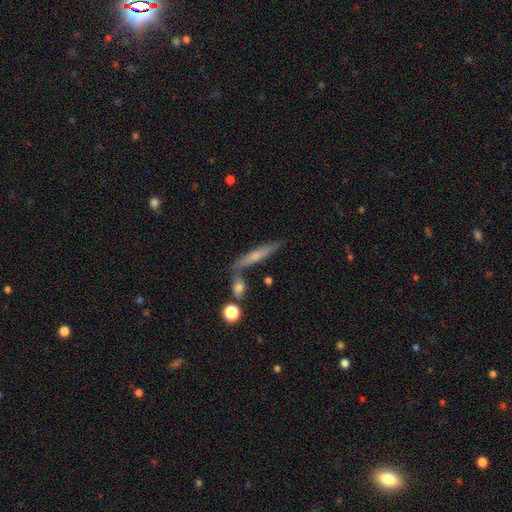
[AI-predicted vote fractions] A smooth galaxy with no disk features (52%) that is cigar-shaped (86%). Merging: none (64%).